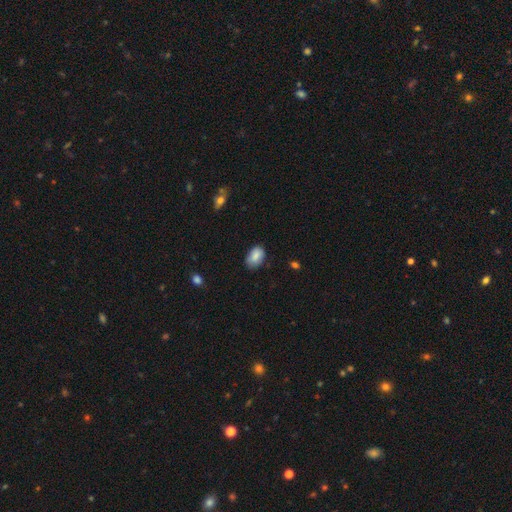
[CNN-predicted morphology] The model was most divided on "merging": none: 75%, minor disturbance: 21%, major disturbance: 3%, merger: 1%. More confident: how rounded — in between (88%); smooth or featured — smooth (85%).